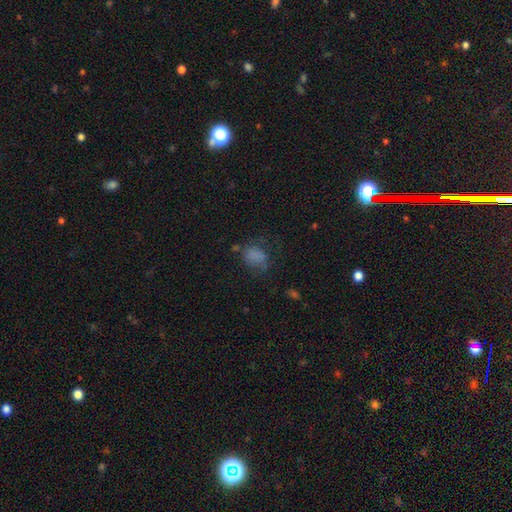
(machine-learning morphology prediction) Smooth or featured? smooth (70%)
How rounded? in between (56%)
Merging? none (48%)